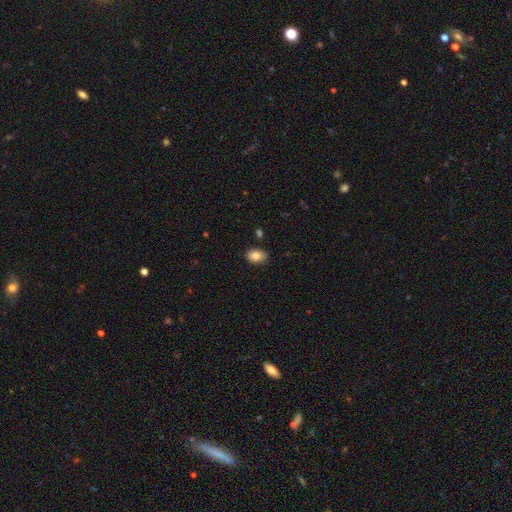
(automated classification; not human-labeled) Smooth or featured? Predicted: smooth (p=0.85). How rounded? Predicted: in between (p=0.80). Merging? Predicted: none (p=0.83).